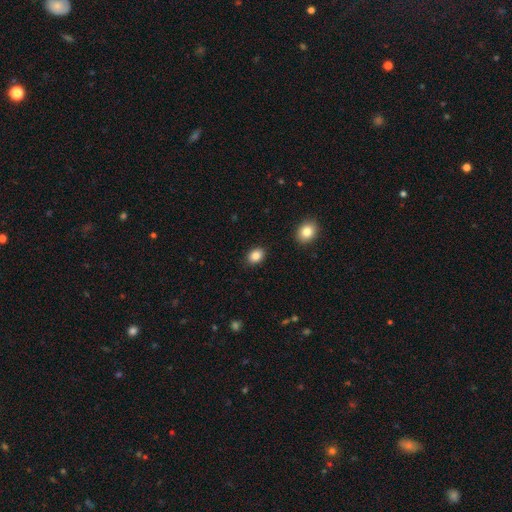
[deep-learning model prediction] Q: Smooth or featured?
A: smooth (86%); runner-up: star or artifact (9%)
Q: How rounded?
A: in between (62%); runner-up: round (37%)
Q: Merging?
A: none (89%); runner-up: minor disturbance (7%)